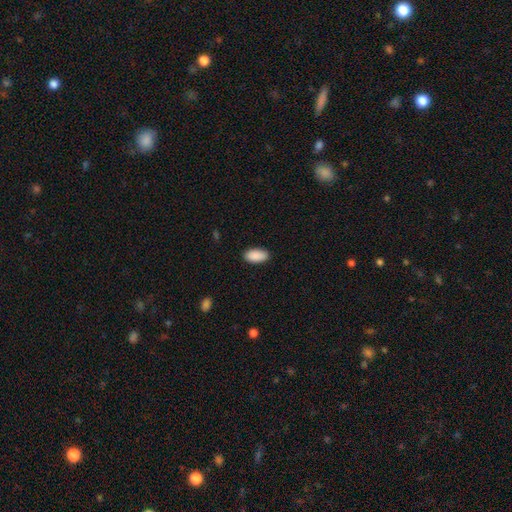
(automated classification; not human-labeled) Q: Smooth or featured?
A: smooth (91%); runner-up: star or artifact (6%)
Q: How rounded?
A: in between (93%); runner-up: cigar-shaped (4%)
Q: Merging?
A: none (89%); runner-up: minor disturbance (8%)